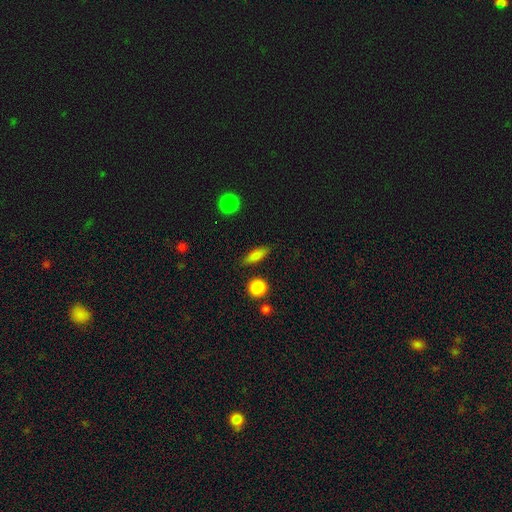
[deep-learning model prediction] This appears to be a smooth galaxy with no disk features (79%) that is in between round and cigar-shaped (54%). Merging: none (85%).